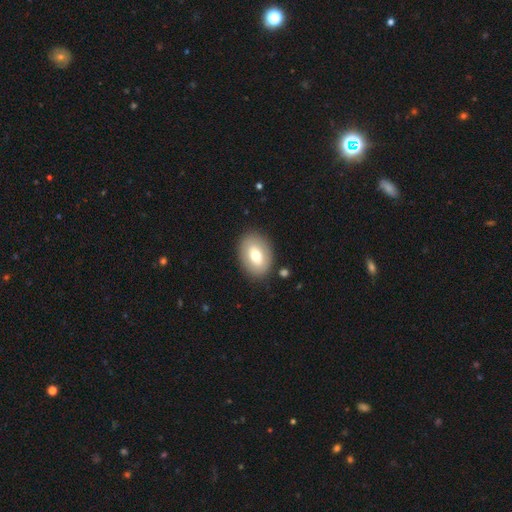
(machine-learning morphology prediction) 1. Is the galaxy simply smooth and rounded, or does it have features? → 66% smooth, 27% featured or disk, 7% star or artifact.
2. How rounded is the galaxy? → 80% in between, 19% round, 1% cigar-shaped.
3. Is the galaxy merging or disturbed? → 85% none, 9% minor disturbance, 3% major disturbance, 2% merger.